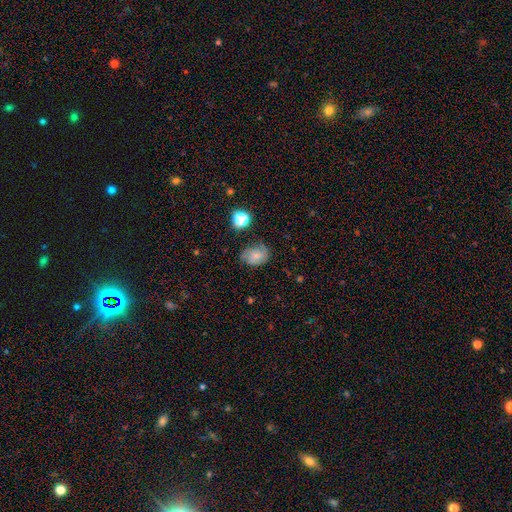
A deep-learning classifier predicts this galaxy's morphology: This is likely a smooth galaxy (64%). How rounded: likely in between (61%). Merging: possibly none (58%).